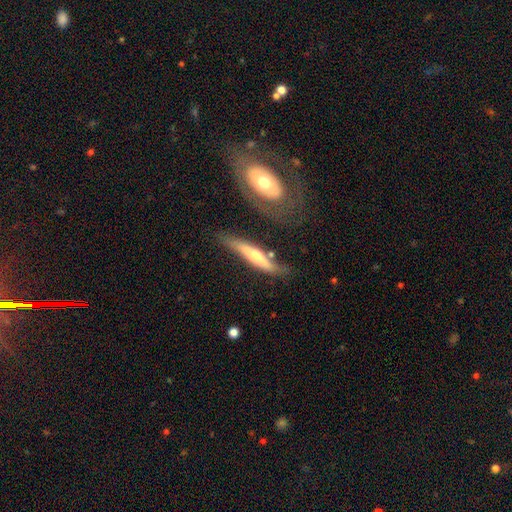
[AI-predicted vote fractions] Smooth or featured? featured or disk (54%)
Edge-on disk? yes (80%)
Merging? none (55%)